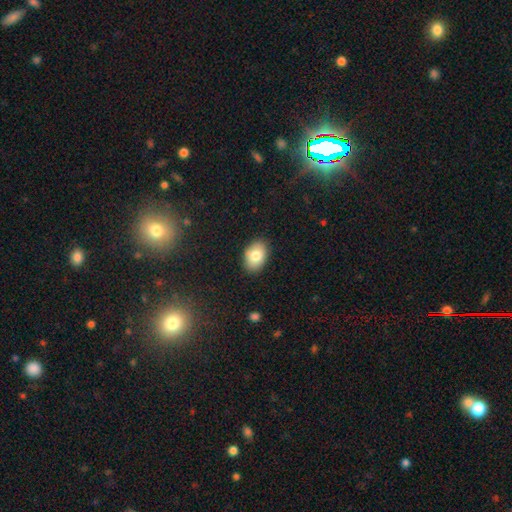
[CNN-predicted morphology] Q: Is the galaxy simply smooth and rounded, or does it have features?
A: smooth — 81%.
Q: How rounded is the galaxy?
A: in between — 84%.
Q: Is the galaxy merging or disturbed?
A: none — 87%.